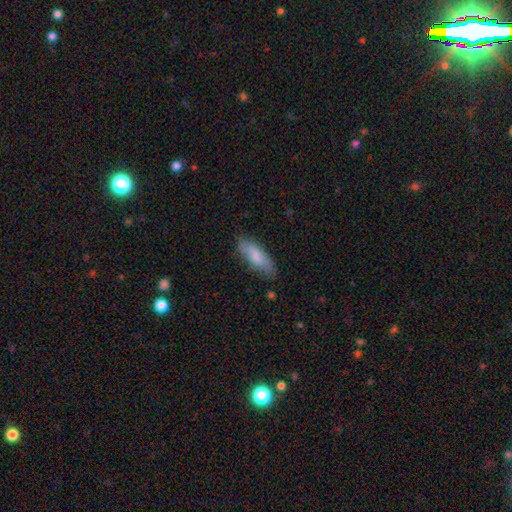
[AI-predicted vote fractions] Smooth or featured? Predicted: smooth (p=0.76). How rounded? Predicted: in between (p=0.60). Merging? Predicted: none (p=0.75).